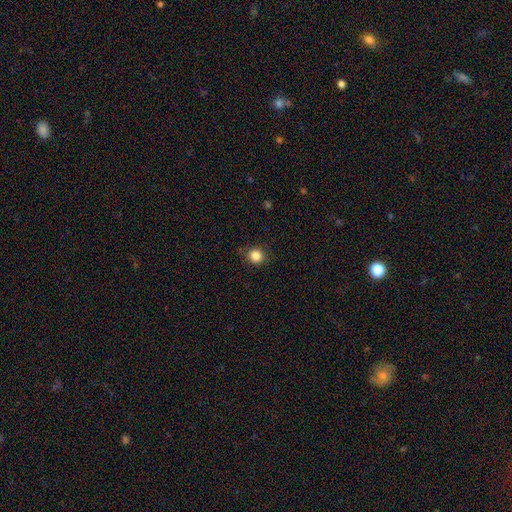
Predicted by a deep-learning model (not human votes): Smooth or featured? Predicted: smooth (p=0.85). How rounded? Predicted: round (p=0.80). Merging? Predicted: none (p=0.86).